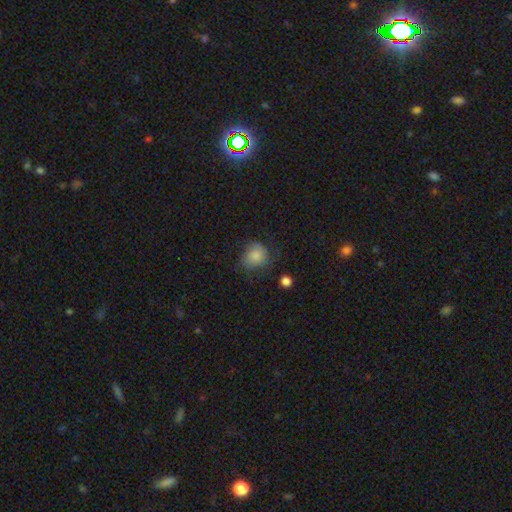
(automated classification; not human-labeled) Q: Smooth or featured?
A: smooth (80%); runner-up: featured or disk (11%)
Q: How rounded?
A: round (76%); runner-up: in between (23%)
Q: Merging?
A: none (58%); runner-up: minor disturbance (27%)